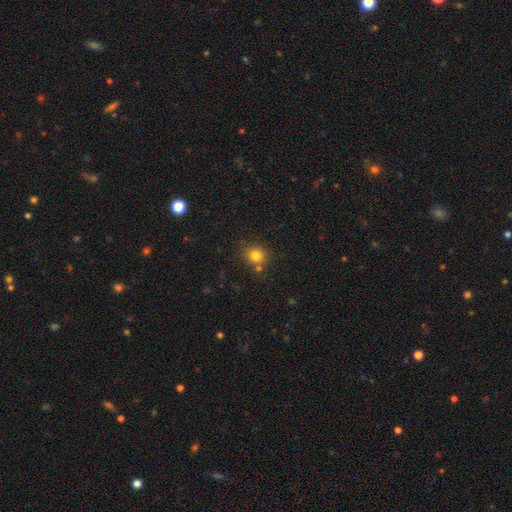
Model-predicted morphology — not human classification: smooth 81%, star or artifact 13%, featured or disk 6%. Down the decision tree: how rounded — round (84%); merging — none (73%).